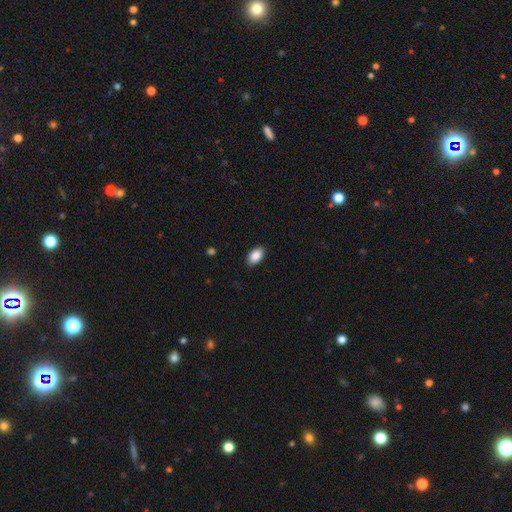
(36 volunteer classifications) Smooth or featured?
  - smooth: 86% *
  - featured or disk: 11%
  - star or artifact: 3%
How rounded?
  - in between: 97% *
  - cigar-shaped: 3%
  - round: 0%
Merging?
  - none: 94% *
  - minor disturbance: 6%
  - major disturbance: 0%
  - merger: 0%